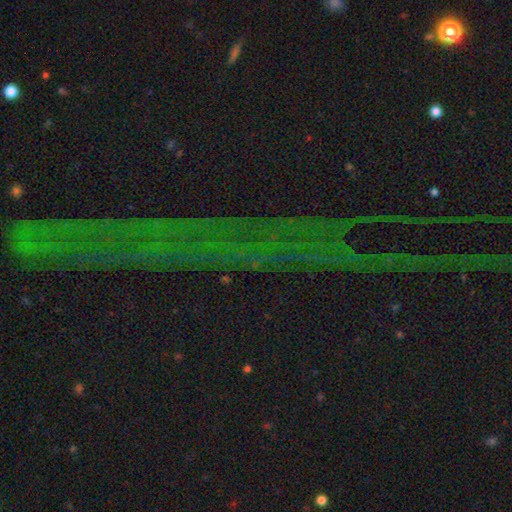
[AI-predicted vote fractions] This appears to be a star or artifact, not a galaxy (78%).